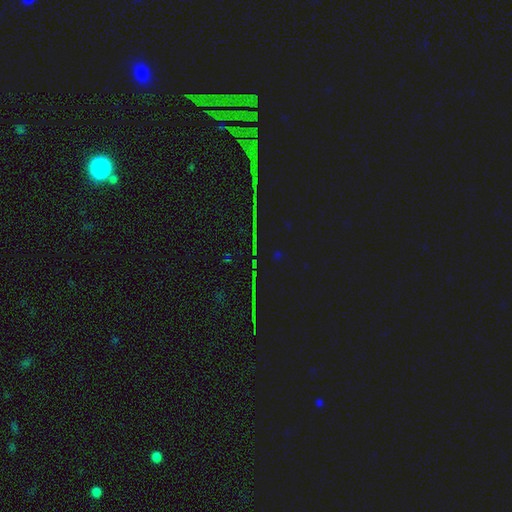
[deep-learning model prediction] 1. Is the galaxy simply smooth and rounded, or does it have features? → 87% star or artifact, 7% featured or disk, 7% smooth.